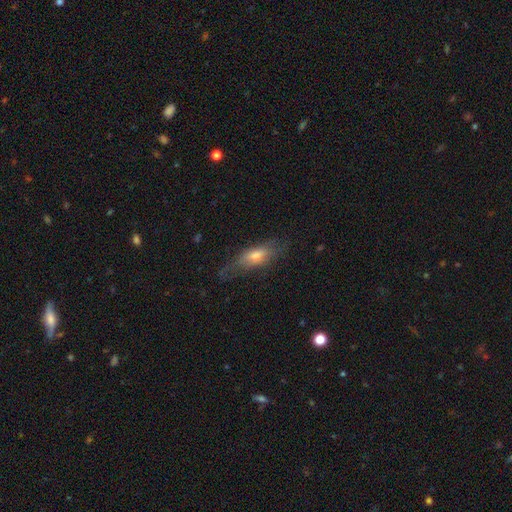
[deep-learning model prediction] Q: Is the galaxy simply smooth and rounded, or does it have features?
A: smooth — 52%.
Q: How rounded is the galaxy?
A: in between — 55%.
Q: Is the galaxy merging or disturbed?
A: none — 61%.